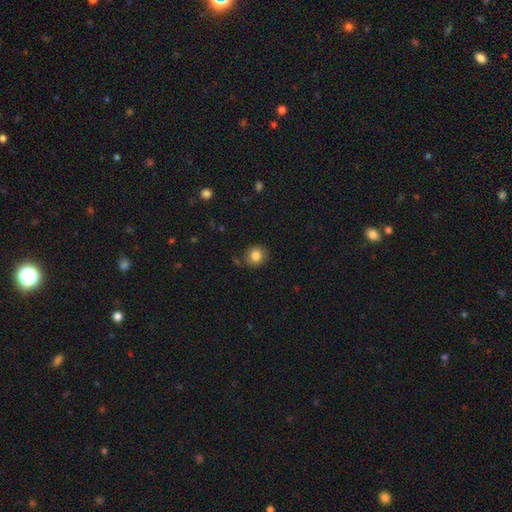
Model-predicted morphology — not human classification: smooth_or_featured: smooth (p=0.84) [alt: star or artifact p=0.10]
how_rounded: round (p=0.83) [alt: in between p=0.16]
merging: none (p=0.82) [alt: minor disturbance p=0.13]